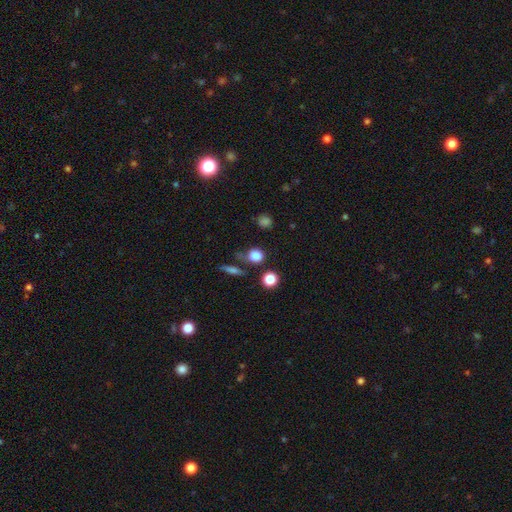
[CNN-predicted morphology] smooth_or_featured: smooth (p=0.82) [alt: star or artifact p=0.13]
how_rounded: round (p=0.79) [alt: in between p=0.19]
merging: none (p=0.73) [alt: minor disturbance p=0.12]